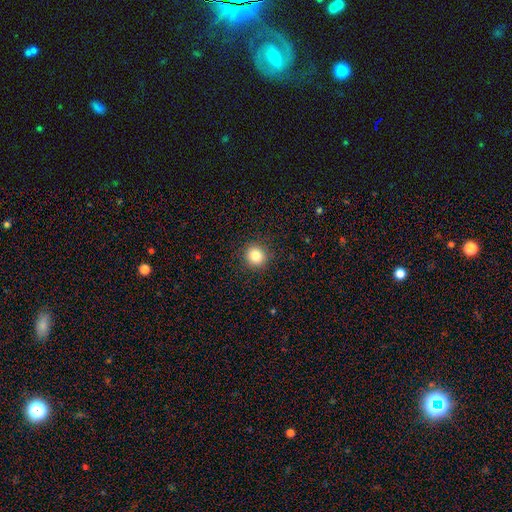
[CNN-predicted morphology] The model was most divided on "smooth or featured": smooth: 83%, star or artifact: 11%, featured or disk: 6%. More confident: merging — none (91%); how rounded — round (91%).